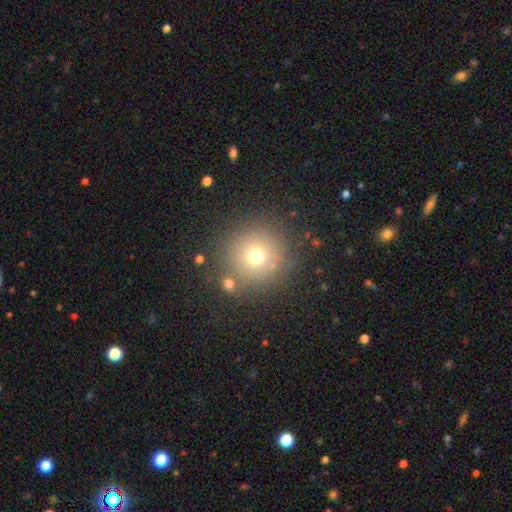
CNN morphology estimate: Smooth or featured? smooth (69%)
How rounded? round (95%)
Merging? none (83%)